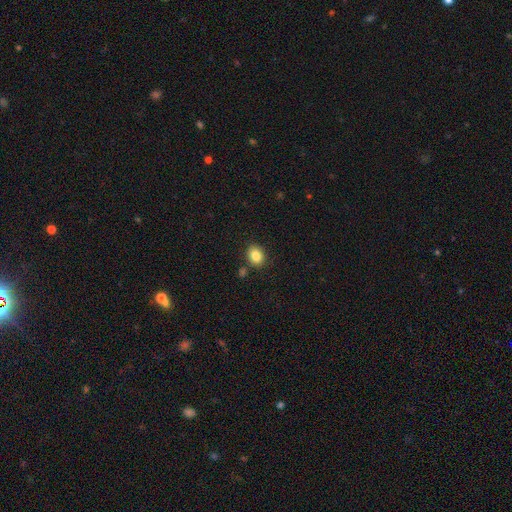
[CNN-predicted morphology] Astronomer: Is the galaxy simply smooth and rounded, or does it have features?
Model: smooth — 84%.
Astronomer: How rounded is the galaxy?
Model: in between — 54% (runner-up: round, 45%).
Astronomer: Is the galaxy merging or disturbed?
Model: none — 83%.